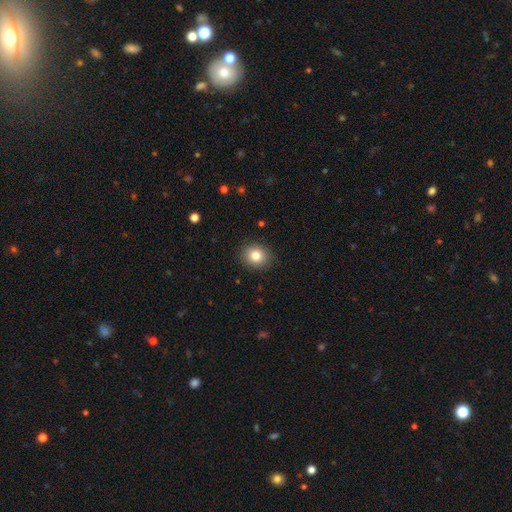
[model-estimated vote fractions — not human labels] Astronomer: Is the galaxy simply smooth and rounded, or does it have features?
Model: smooth — 83%.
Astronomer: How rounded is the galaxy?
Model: round — 73%.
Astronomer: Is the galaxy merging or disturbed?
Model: none — 90%.